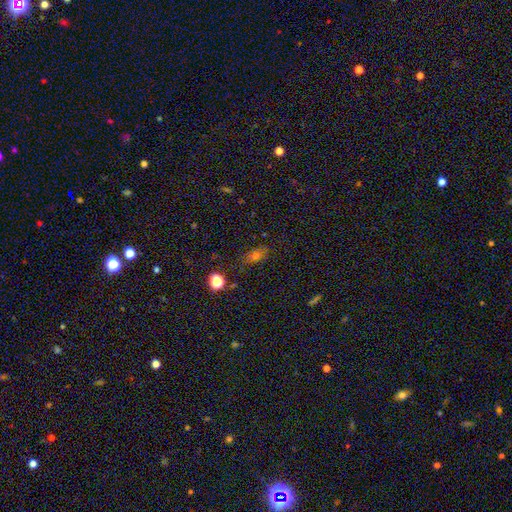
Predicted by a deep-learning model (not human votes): This appears to be a smooth galaxy with no disk features (57%) that is in between round and cigar-shaped (74%). Merging: none (76%).